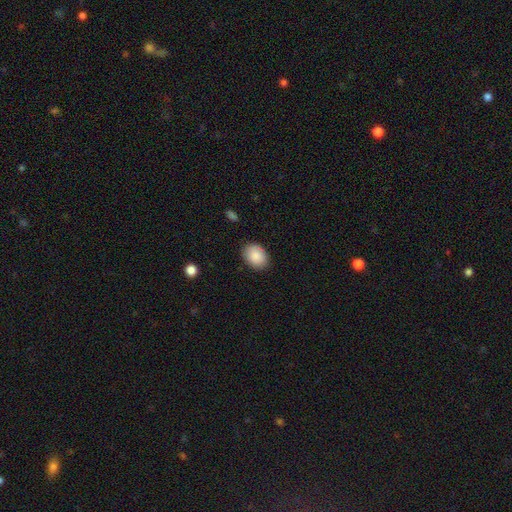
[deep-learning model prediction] Smooth or featured: smooth — 88% (star or artifact — 7%)
How rounded: in between — 67% (round — 32%)
Merging: none — 85% (minor disturbance — 11%)